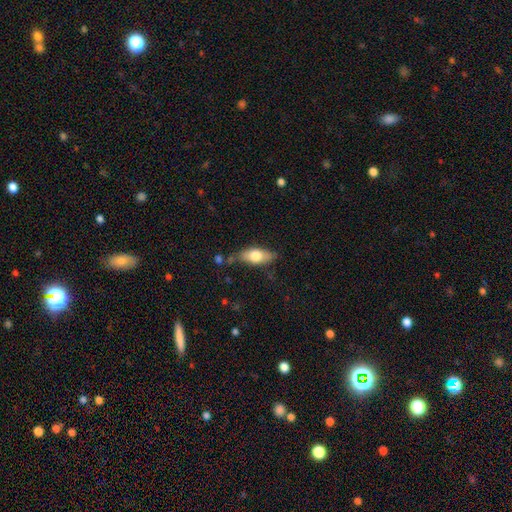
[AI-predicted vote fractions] The model was most divided on "smooth or featured": smooth: 66%, featured or disk: 28%, star or artifact: 6%. More confident: how rounded — in between (77%); merging — none (72%).